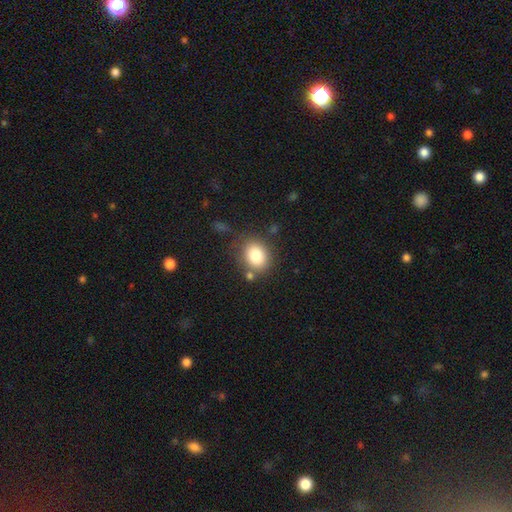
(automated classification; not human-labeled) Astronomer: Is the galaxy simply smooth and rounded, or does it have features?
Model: smooth — 83%.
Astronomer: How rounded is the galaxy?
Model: round — 51% (runner-up: in between, 48%).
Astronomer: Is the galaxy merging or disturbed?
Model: none — 74%.